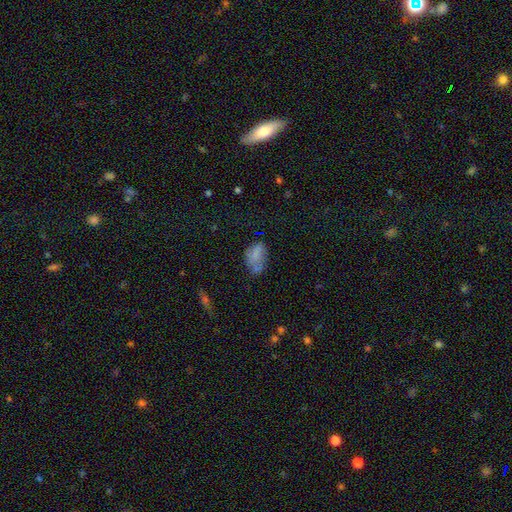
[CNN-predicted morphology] Overall: smooth (68%). How rounded: in between (88%). Merging: none (44%; minor disturbance 29%).